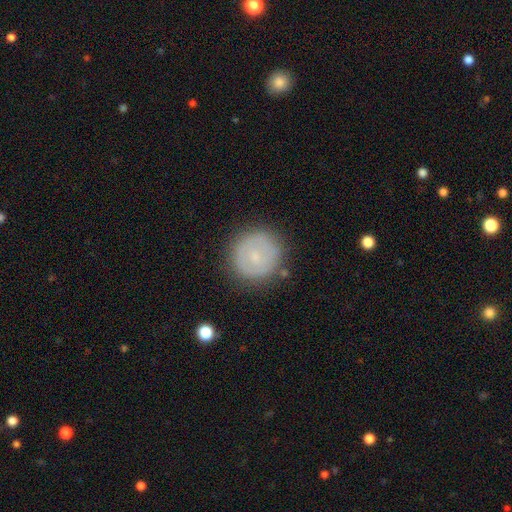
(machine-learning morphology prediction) The model was most divided on "smooth or featured": smooth: 62%, featured or disk: 30%, star or artifact: 8%. More confident: how rounded — round (93%); merging — none (85%).